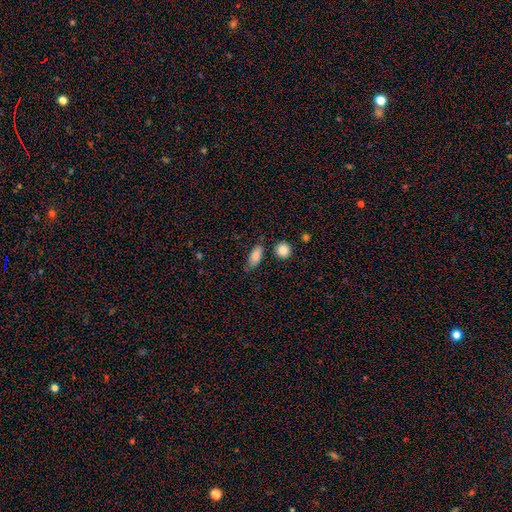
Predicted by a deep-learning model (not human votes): This appears to be a smooth galaxy with no disk features (83%) that is in between round and cigar-shaped (81%). Merging: none (68%).